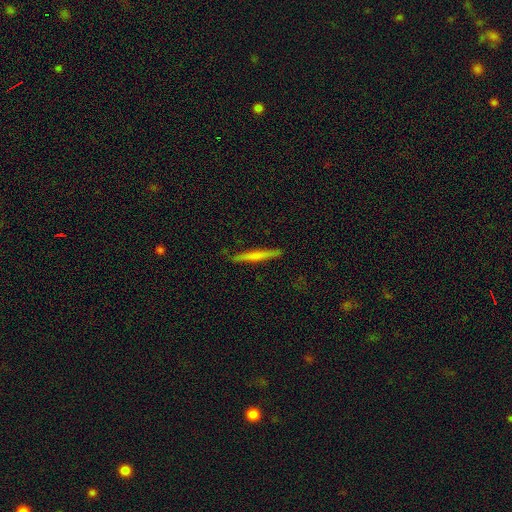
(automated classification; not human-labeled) smooth_or_featured: smooth (p=0.55) [alt: featured or disk p=0.39]
how_rounded: cigar-shaped (p=0.96) [alt: in between p=0.03]
merging: none (p=0.88) [alt: minor disturbance p=0.09]